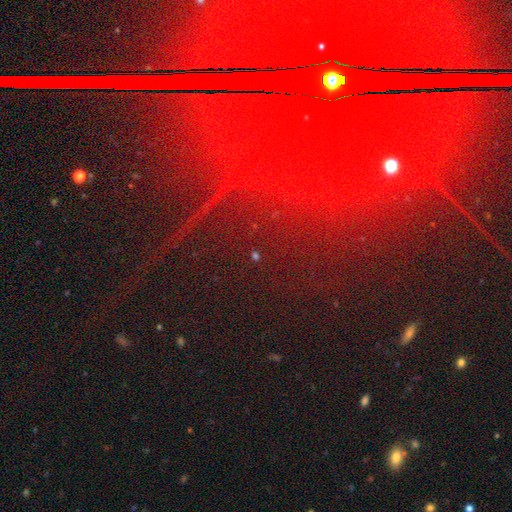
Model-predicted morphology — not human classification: Smooth or featured: star or artifact — 77% (smooth — 14%)